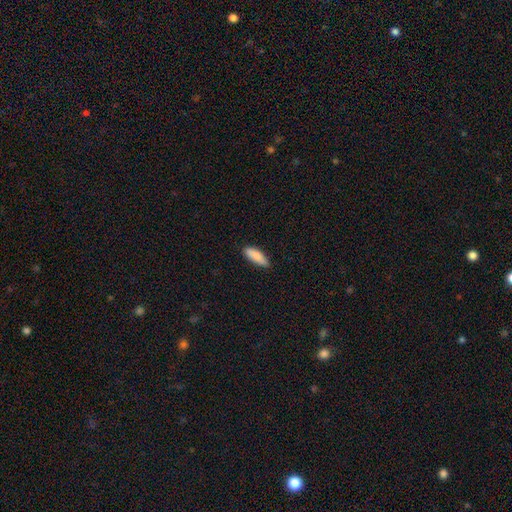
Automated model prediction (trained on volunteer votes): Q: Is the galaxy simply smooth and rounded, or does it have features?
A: smooth — 87%.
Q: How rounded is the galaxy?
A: in between — 59%.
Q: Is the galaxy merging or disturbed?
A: none — 78%.